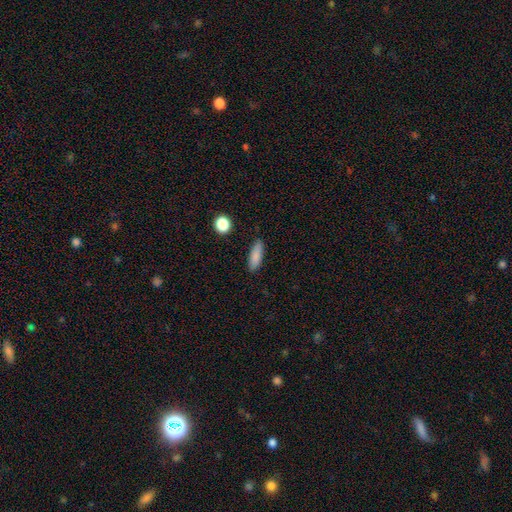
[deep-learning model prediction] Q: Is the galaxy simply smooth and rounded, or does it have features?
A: smooth — 86%.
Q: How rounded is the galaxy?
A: cigar-shaped — 51%.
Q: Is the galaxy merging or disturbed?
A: none — 87%.